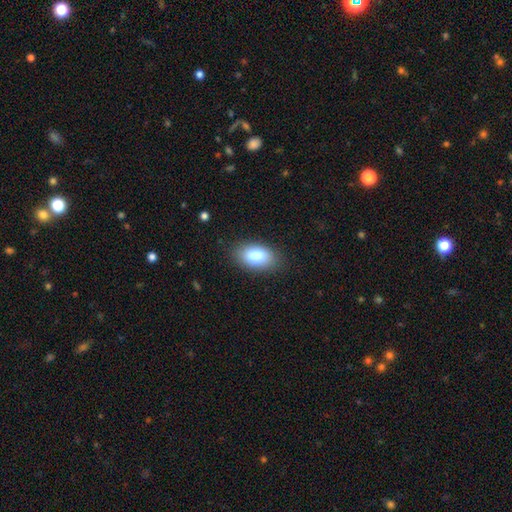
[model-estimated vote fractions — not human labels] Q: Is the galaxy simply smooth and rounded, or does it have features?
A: smooth — 84%.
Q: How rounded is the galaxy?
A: in between — 93%.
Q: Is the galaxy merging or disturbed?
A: none — 85%.